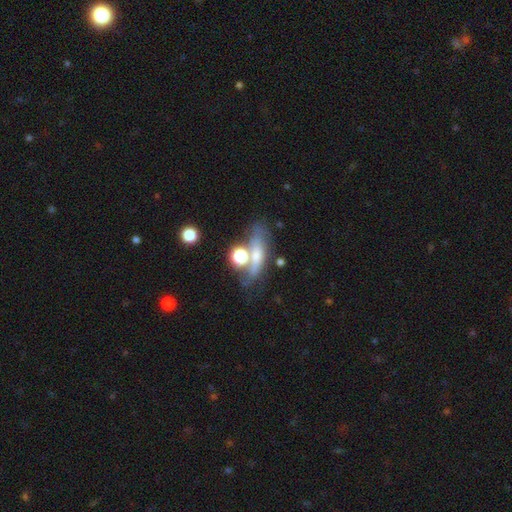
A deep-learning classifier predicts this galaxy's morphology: smooth 48%, featured or disk 37%, star or artifact 15%. Down the decision tree: merging — none (51%).